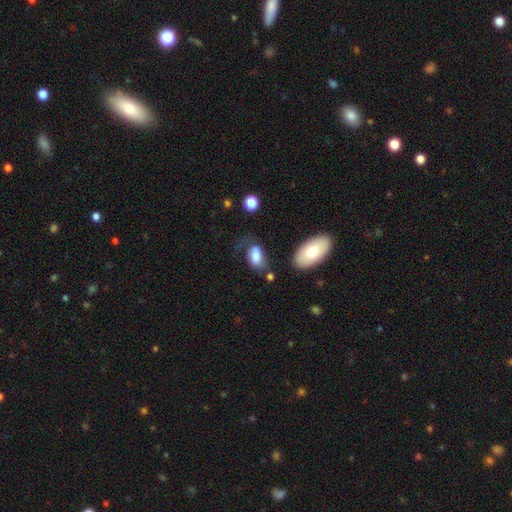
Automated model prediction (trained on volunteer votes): This is likely a smooth galaxy (78%). How rounded: clearly in between (92%). Merging: marginally none (42%).